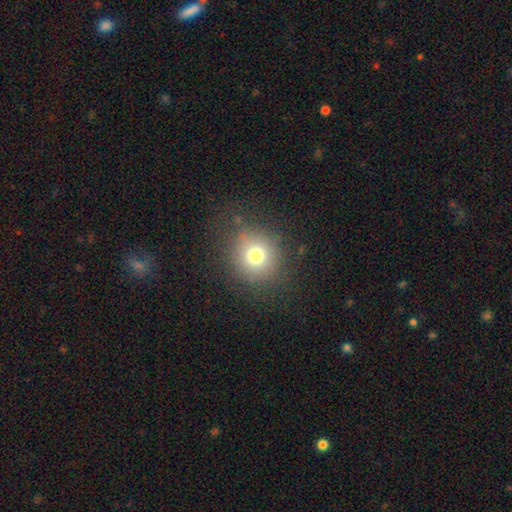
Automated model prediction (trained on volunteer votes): Smooth or featured?
  - smooth: 73% *
  - star or artifact: 16%
  - featured or disk: 11%
How rounded?
  - round: 89% *
  - in between: 10%
  - cigar-shaped: 1%
Merging?
  - none: 82% *
  - minor disturbance: 11%
  - major disturbance: 6%
  - merger: 1%